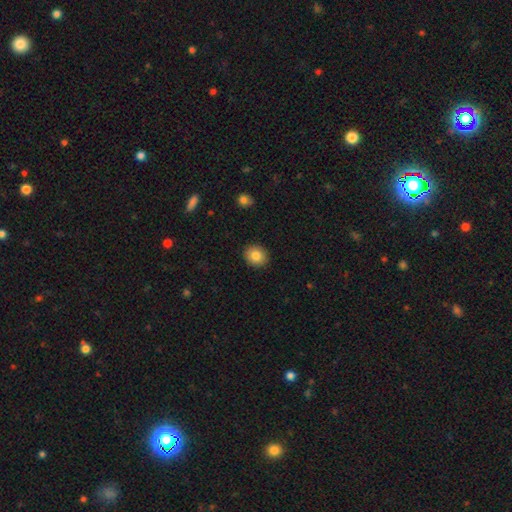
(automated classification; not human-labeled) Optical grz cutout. It shows a smooth galaxy with no disk features (83%) that is round (76%). Merging: none (91%).